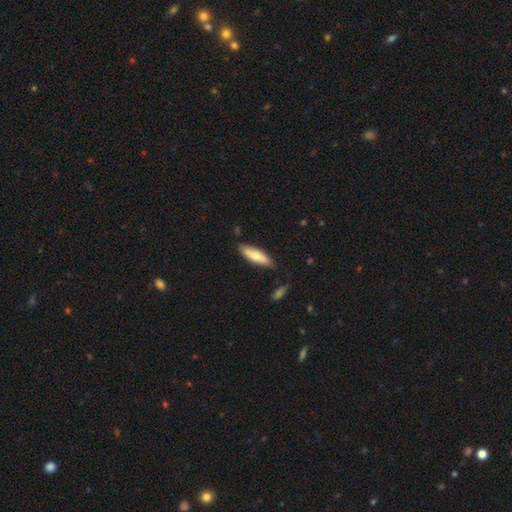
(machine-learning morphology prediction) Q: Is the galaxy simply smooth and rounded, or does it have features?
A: smooth — 66%.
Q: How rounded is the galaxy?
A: cigar-shaped — 56%.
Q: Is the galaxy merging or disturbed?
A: none — 78%.